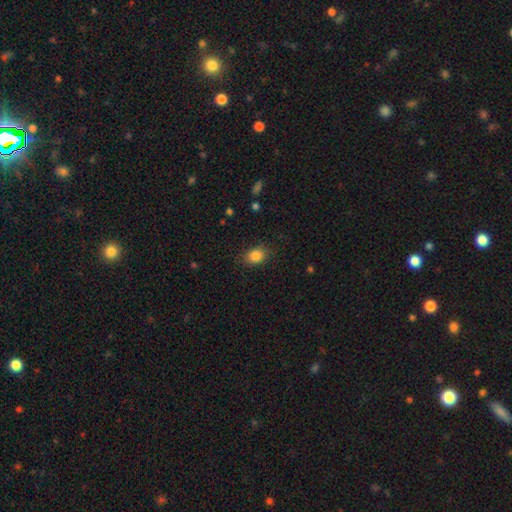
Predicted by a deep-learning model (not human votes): smooth 85%, star or artifact 9%, featured or disk 5%. Down the decision tree: how rounded — in between (66%); merging — none (84%).